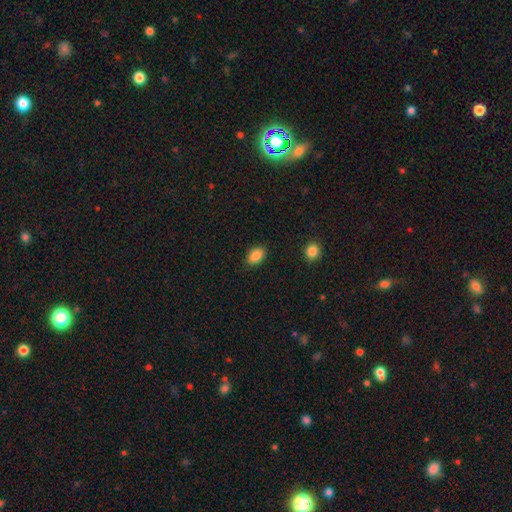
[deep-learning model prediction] This appears to be a smooth galaxy with no disk features (88%) that is in between round and cigar-shaped (87%). Merging: none (87%).